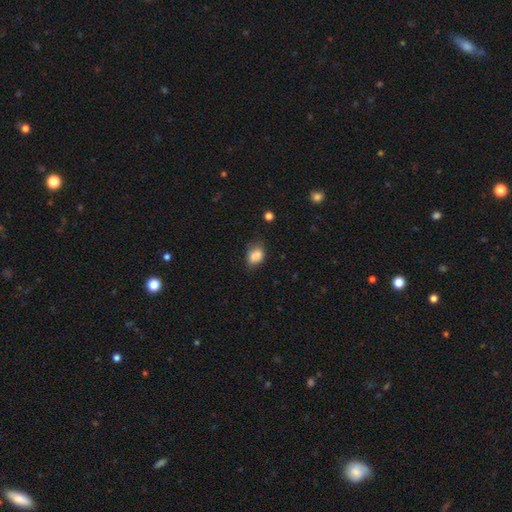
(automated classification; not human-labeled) A smooth galaxy with no disk features (81%) that is in between round and cigar-shaped (73%).

Vote fractions:
- Smooth or featured? smooth: 81% / star or artifact: 10% / featured or disk: 9%
- How rounded? in between: 73% / round: 26% / cigar-shaped: 2%
- Merging? none: 52% / minor disturbance: 32% / major disturbance: 9% / merger: 7%